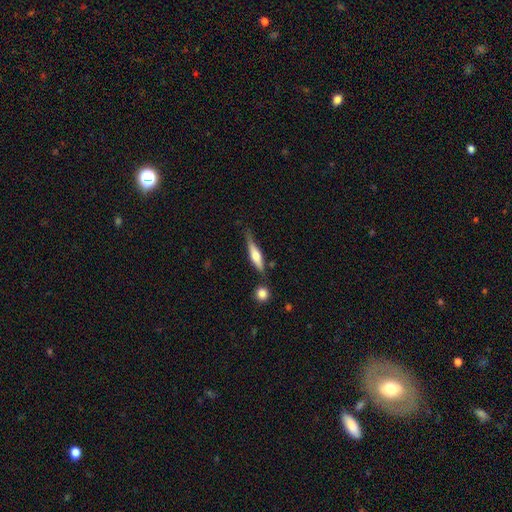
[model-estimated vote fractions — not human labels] Smooth or featured? featured or disk (52%)
Edge-on disk? yes (94%)
Merging? none (67%)